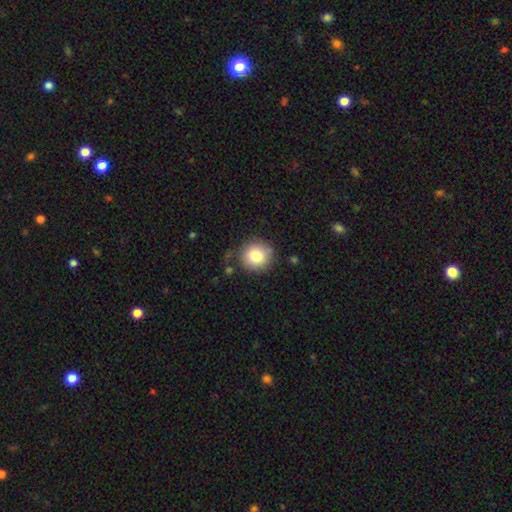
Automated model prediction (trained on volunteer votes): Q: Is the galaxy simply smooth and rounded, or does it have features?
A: smooth — 81%.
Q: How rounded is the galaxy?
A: round — 91%.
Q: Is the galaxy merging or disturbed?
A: none — 82%.